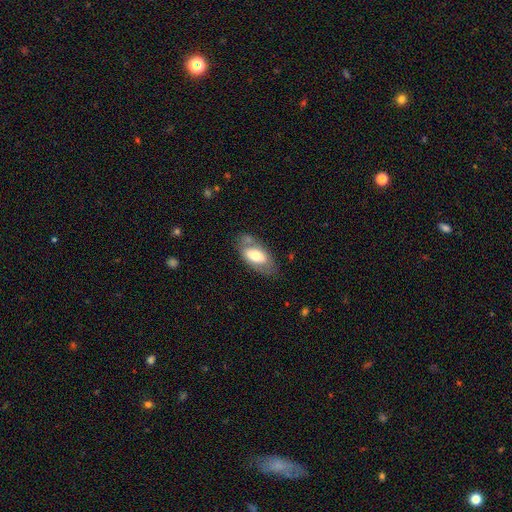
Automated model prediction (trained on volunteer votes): Q: Smooth or featured?
A: smooth (56%); runner-up: featured or disk (37%)
Q: How rounded?
A: in between (91%); runner-up: cigar-shaped (5%)
Q: Merging?
A: none (60%); runner-up: minor disturbance (21%)